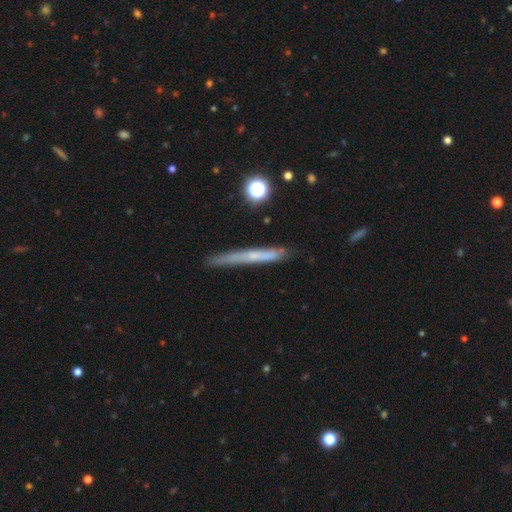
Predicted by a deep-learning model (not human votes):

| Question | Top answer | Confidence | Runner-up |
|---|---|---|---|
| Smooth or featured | featured or disk | 47% | smooth (45%) |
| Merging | none | 80% | minor disturbance (15%) |